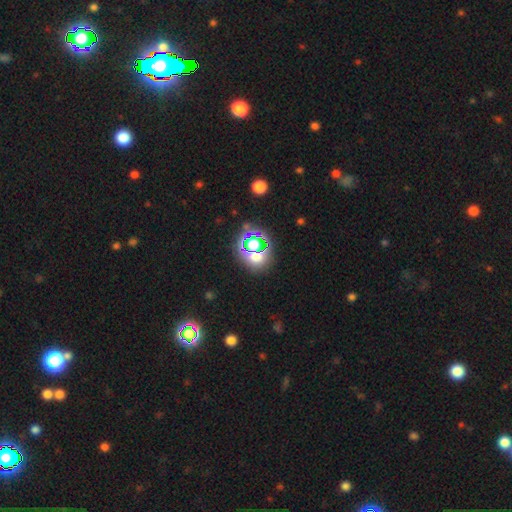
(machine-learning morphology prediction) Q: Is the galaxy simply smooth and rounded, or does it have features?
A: star or artifact — 56%.